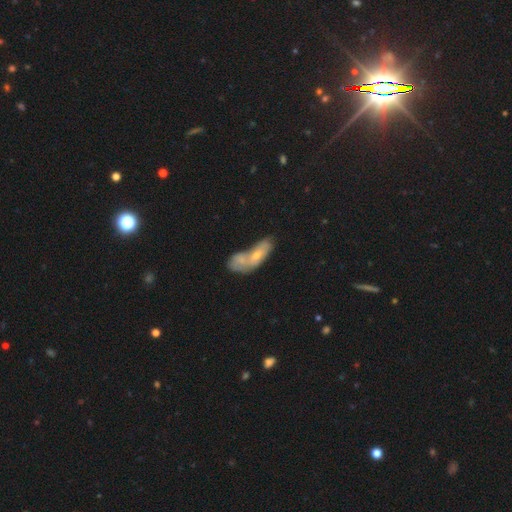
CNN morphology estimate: Overall: smooth (54%; featured or disk 39%). How rounded: in between (72%). Merging: merger (62%).